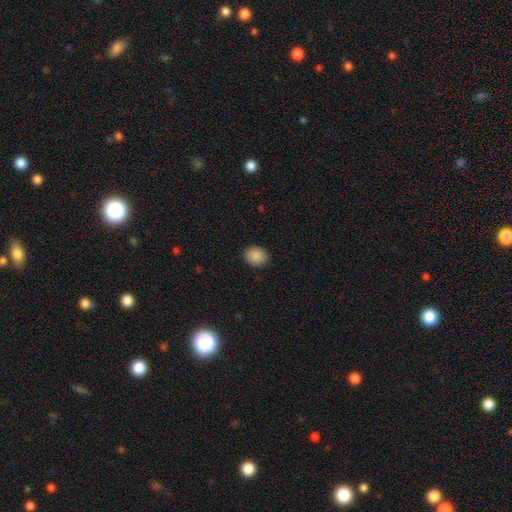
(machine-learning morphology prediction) Smooth or featured: smooth — 89% (star or artifact — 8%)
How rounded: round — 59% (in between — 40%)
Merging: none — 89% (minor disturbance — 8%)